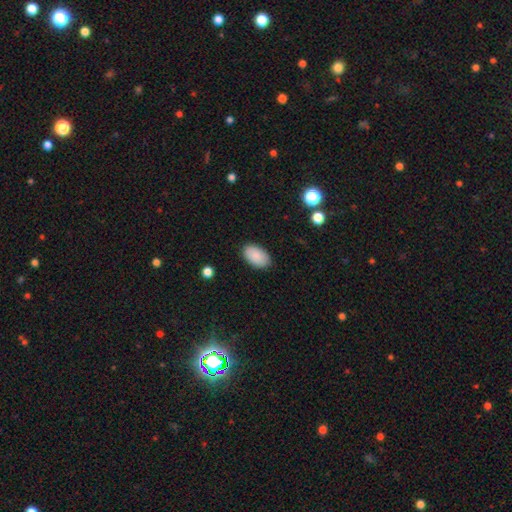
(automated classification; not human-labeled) This is clearly a smooth galaxy (89%). How rounded: clearly in between (95%). Merging: clearly none (88%).